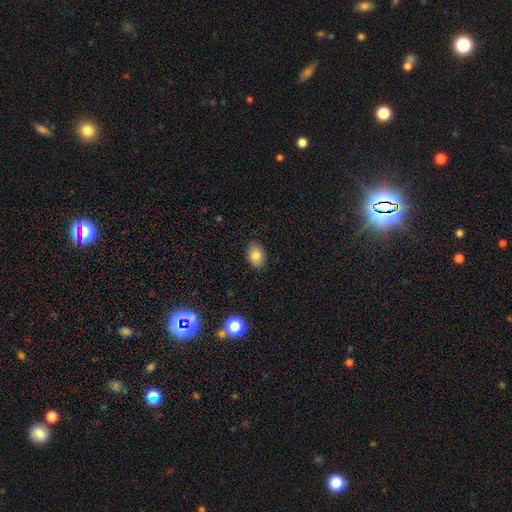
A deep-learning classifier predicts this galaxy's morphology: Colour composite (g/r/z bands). It shows a smooth galaxy with no disk features (82%) that is in between round and cigar-shaped (77%). Merging: none (87%).